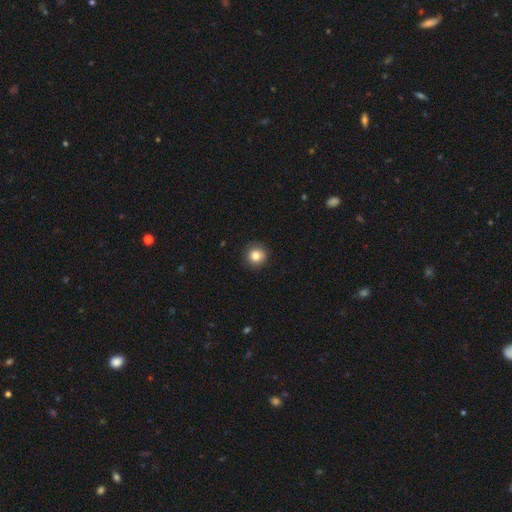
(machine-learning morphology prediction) Smooth or featured: smooth — 84% (star or artifact — 10%)
How rounded: round — 94% (in between — 5%)
Merging: none — 91% (minor disturbance — 6%)